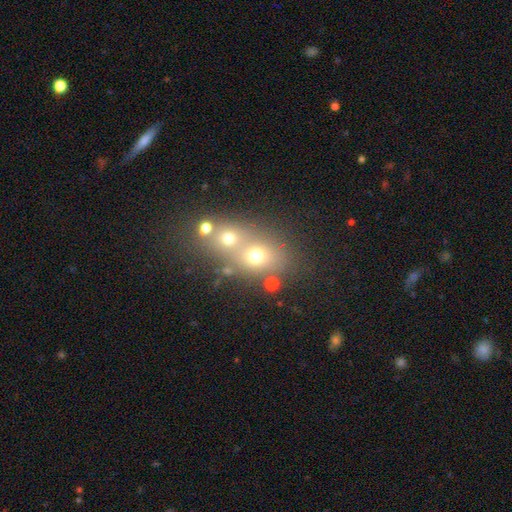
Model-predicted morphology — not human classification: A smooth galaxy with no disk features (64%) that is round (58%).

Vote fractions:
- Smooth or featured? smooth: 64% / star or artifact: 19% / featured or disk: 16%
- How rounded? round: 58% / in between: 40% / cigar-shaped: 2%
- Merging? merger: 54% / none: 34% / minor disturbance: 8% / major disturbance: 5%